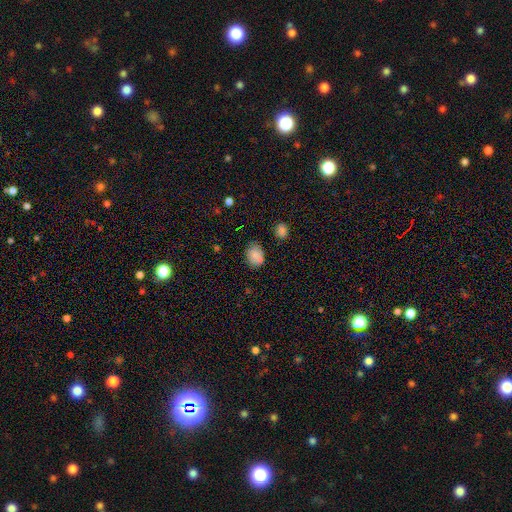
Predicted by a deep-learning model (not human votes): Smooth or featured? Predicted: smooth (p=0.82). How rounded? Predicted: in between (p=0.61). Merging? Predicted: none (p=0.69).